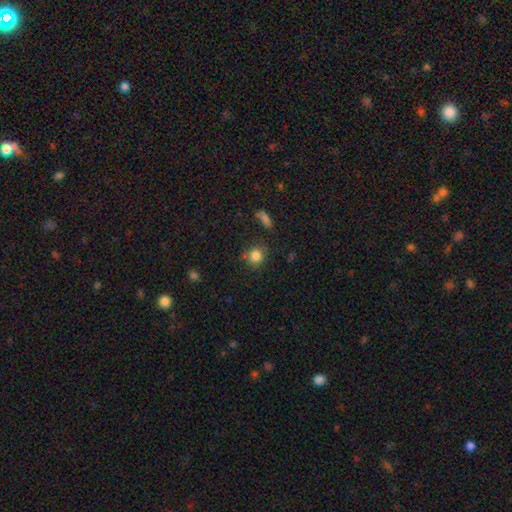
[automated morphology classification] The model was most divided on "merging": none: 76%, minor disturbance: 14%, merger: 6%, major disturbance: 4%. More confident: how rounded — round (85%); smooth or featured — smooth (83%).